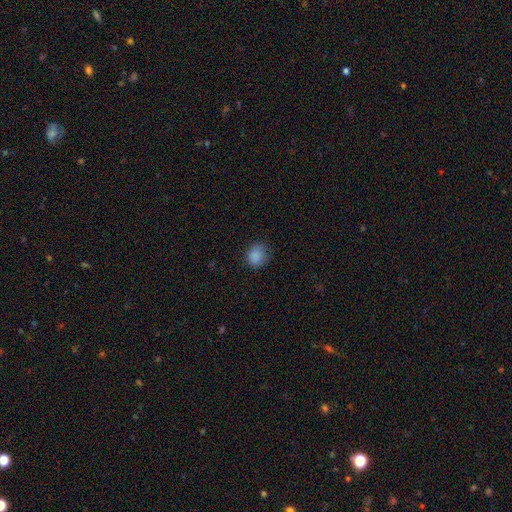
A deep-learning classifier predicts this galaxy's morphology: smooth_or_featured: smooth (p=0.86) [alt: star or artifact p=0.11]
how_rounded: round (p=0.76) [alt: in between p=0.23]
merging: none (p=0.76) [alt: minor disturbance p=0.18]